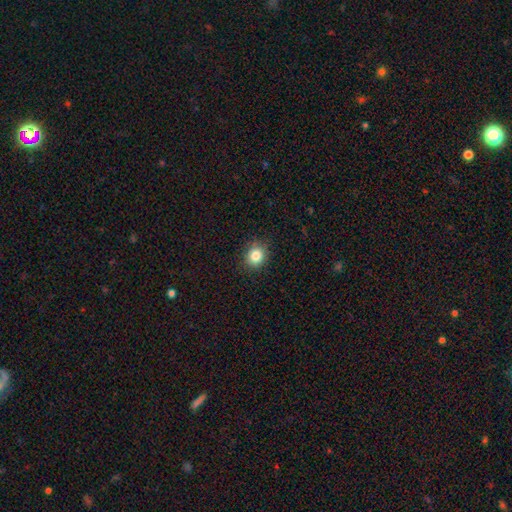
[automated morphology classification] A smooth galaxy with no disk features (83%) that is round (73%). Merging: none (88%).